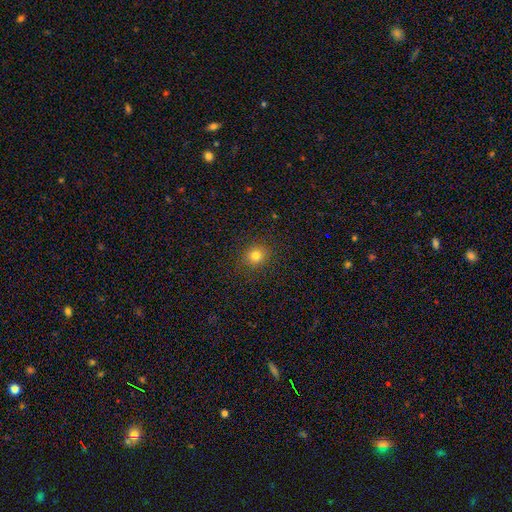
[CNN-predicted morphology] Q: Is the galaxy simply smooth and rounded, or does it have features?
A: smooth — 81%.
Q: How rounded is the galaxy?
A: round — 84%.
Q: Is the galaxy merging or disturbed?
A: none — 89%.